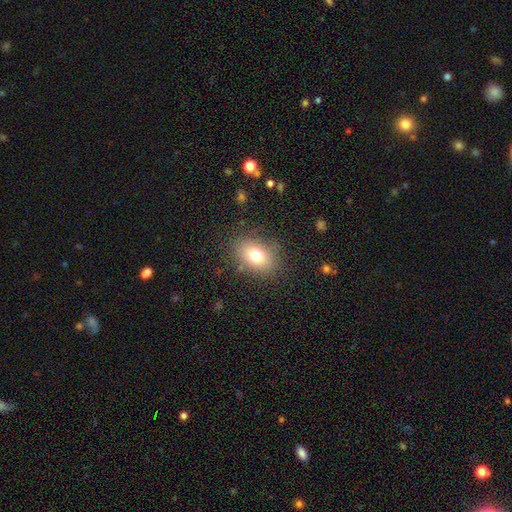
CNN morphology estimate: Smooth or featured? Predicted: smooth (p=0.74). How rounded? Predicted: in between (p=0.73). Merging? Predicted: none (p=0.82).